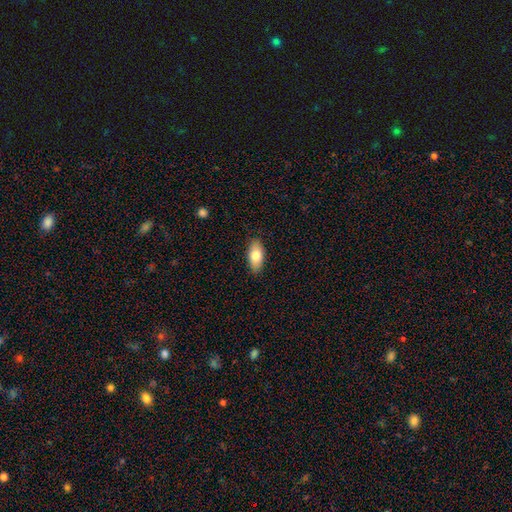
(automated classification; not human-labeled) Smooth or featured: smooth — 78% (featured or disk — 15%)
How rounded: in between — 90% (cigar-shaped — 7%)
Merging: none — 88% (minor disturbance — 9%)